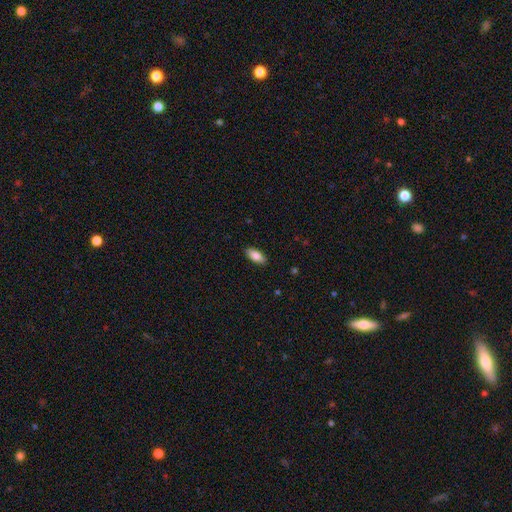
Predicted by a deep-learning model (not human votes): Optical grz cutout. It shows a smooth galaxy with no disk features (84%) that is in between round and cigar-shaped (84%). Merging: none (89%).